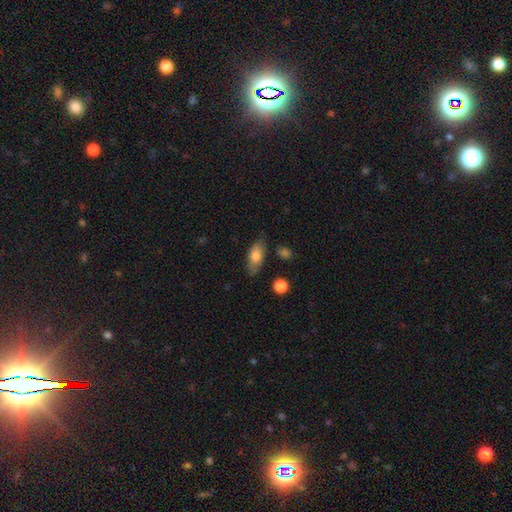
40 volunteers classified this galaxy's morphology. Volunteers were most divided on "how rounded": in between: 73%, cigar-shaped: 24%, round: 3%. More confident: smooth or featured — smooth (82%); merging — none (78%).